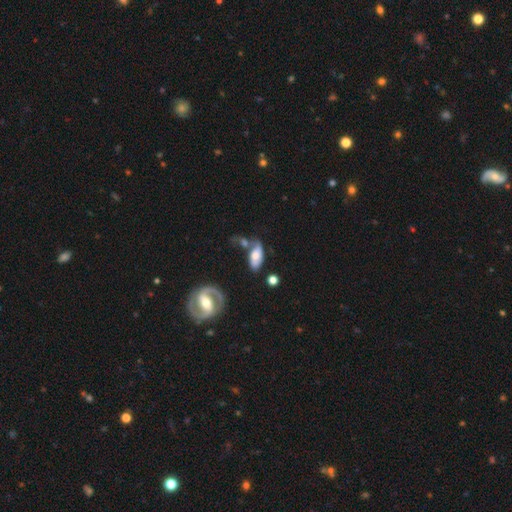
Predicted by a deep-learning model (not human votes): Smooth or featured? Predicted: smooth (p=0.51). How rounded? Predicted: in between (p=0.89). Merging? Predicted: none (p=0.38).